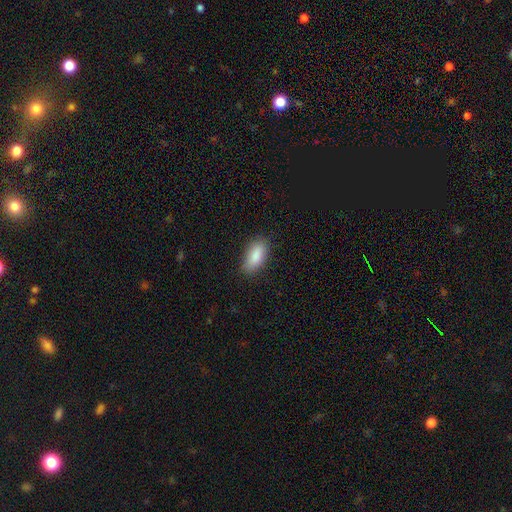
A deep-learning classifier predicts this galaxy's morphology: smooth_or_featured: smooth (p=0.87) [alt: star or artifact p=0.07]
how_rounded: in between (p=0.88) [alt: cigar-shaped p=0.10]
merging: none (p=0.81) [alt: minor disturbance p=0.15]